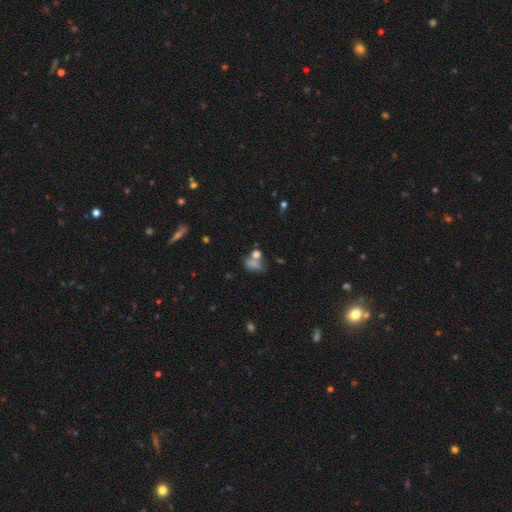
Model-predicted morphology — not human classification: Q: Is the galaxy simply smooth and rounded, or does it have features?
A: smooth — 67%.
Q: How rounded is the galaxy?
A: in between — 63%.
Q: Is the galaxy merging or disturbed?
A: merger — 40%.